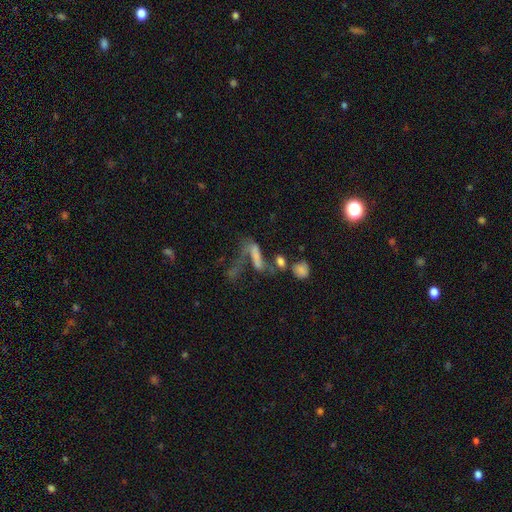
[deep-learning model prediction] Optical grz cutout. It shows a smooth galaxy with no disk features (51%) that is cigar-shaped (50%). Merging: major disturbance (37%).